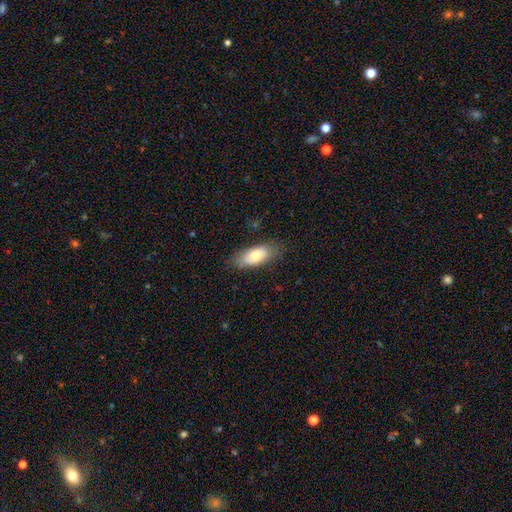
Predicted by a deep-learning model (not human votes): smooth_or_featured: smooth (p=0.68) [alt: featured or disk p=0.26]
how_rounded: in between (p=0.85) [alt: cigar-shaped p=0.12]
merging: none (p=0.78) [alt: minor disturbance p=0.17]